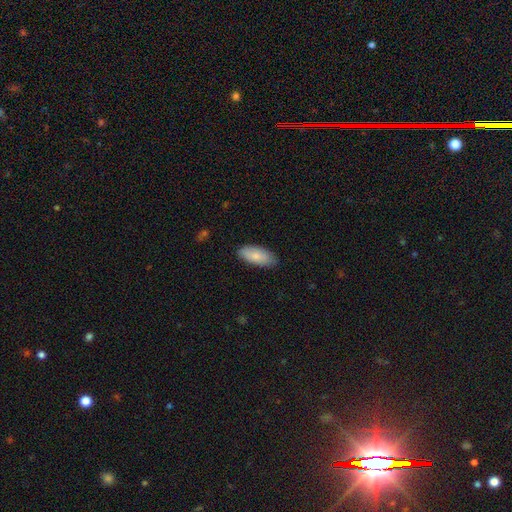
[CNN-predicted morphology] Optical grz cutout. It shows a smooth galaxy with no disk features (83%) that is in between round and cigar-shaped (85%). Merging: none (84%).